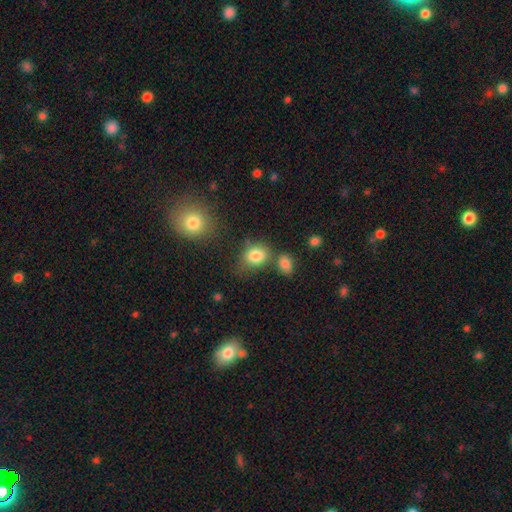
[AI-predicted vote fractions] Q: Smooth or featured?
A: smooth (82%); runner-up: star or artifact (10%)
Q: How rounded?
A: in between (54%); runner-up: round (45%)
Q: Merging?
A: none (57%); runner-up: minor disturbance (19%)